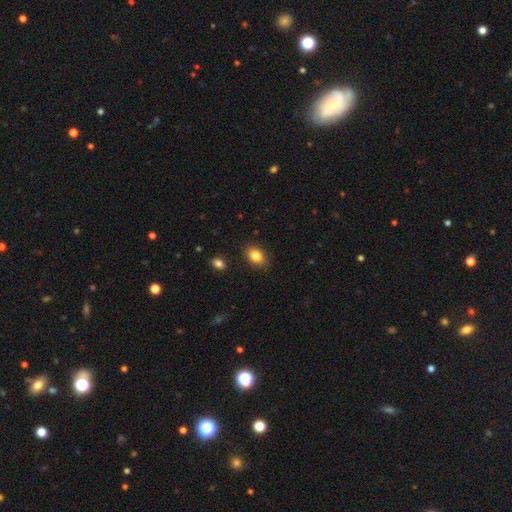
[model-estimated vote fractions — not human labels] The model was most divided on "how rounded": in between: 81%, round: 17%, cigar-shaped: 2%. More confident: merging — none (85%); smooth or featured — smooth (85%).